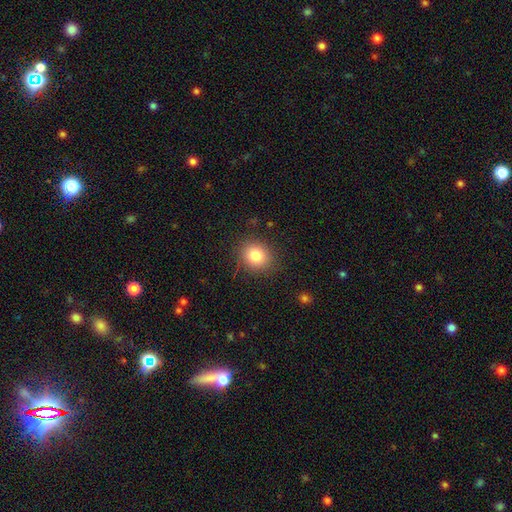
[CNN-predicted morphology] smooth-or-featured: smooth: 81% | star or artifact: 11% | featured or disk: 8%
  how-rounded: round: 79% | in between: 20% | cigar-shaped: 1%
  merging: none: 87% | minor disturbance: 9% | major disturbance: 3% | merger: 1%